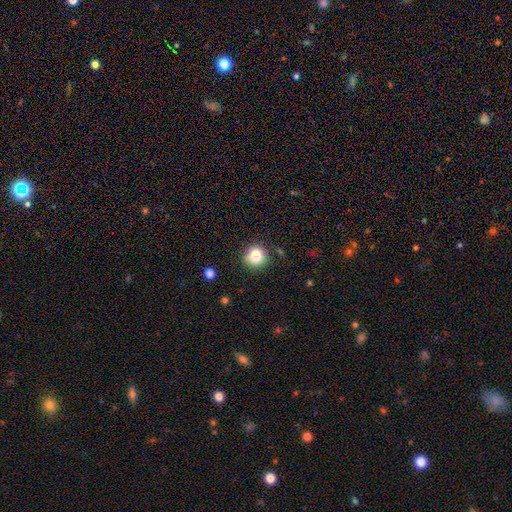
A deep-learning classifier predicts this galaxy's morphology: Q: Smooth or featured?
A: smooth (84%); runner-up: star or artifact (10%)
Q: How rounded?
A: round (92%); runner-up: in between (7%)
Q: Merging?
A: none (85%); runner-up: minor disturbance (10%)